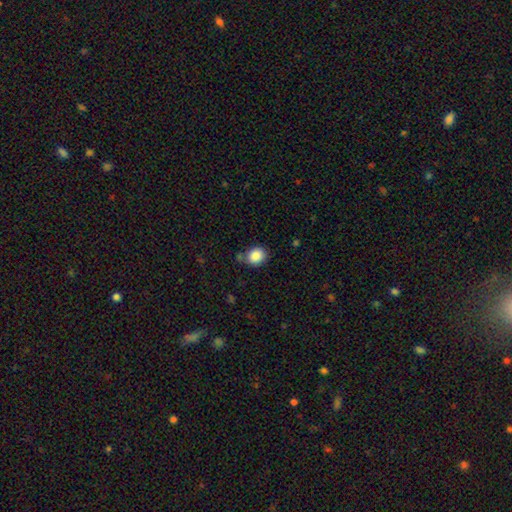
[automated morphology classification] The model was most divided on "how rounded": round: 65%, in between: 34%, cigar-shaped: 1%. More confident: smooth or featured — smooth (87%); merging — none (73%).